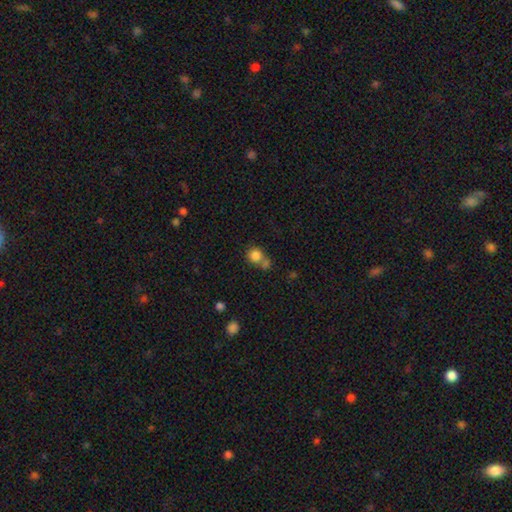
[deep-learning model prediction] A smooth galaxy with no disk features (82%) that is round (84%).

Vote fractions:
- Smooth or featured? smooth: 82% / star or artifact: 10% / featured or disk: 8%
- How rounded? round: 84% / in between: 15% / cigar-shaped: 1%
- Merging? none: 43% (tied) / merger: 43% (tied) / minor disturbance: 10% / major disturbance: 5%